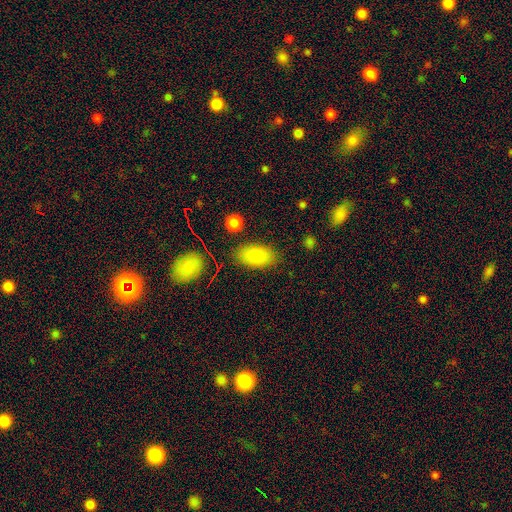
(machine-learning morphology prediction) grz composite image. It shows a smooth galaxy with no disk features (82%) that is in between round and cigar-shaped (92%). Merging: none (81%).